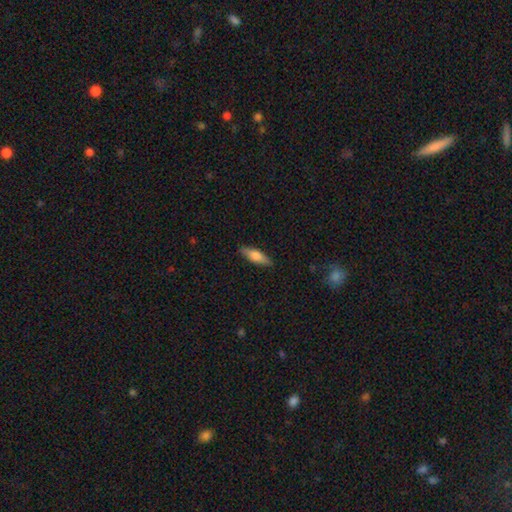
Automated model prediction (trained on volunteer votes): This is likely a smooth galaxy (65%). How rounded: possibly cigar-shaped (54%). Merging: clearly none (86%).